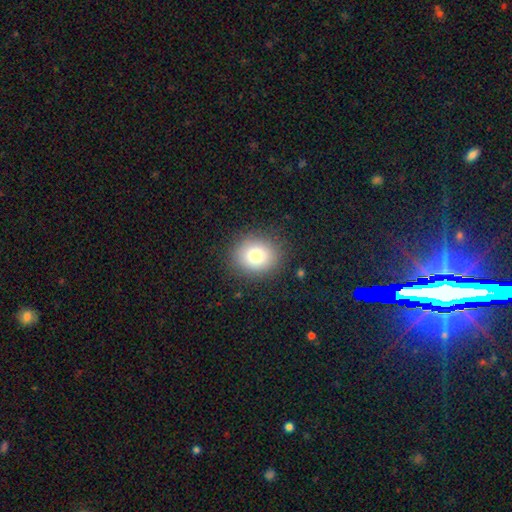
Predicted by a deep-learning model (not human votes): smooth-or-featured: smooth: 81% | star or artifact: 10% | featured or disk: 9%
  how-rounded: round: 73% | in between: 26% | cigar-shaped: 1%
  merging: none: 87% | minor disturbance: 9% | major disturbance: 3% | merger: 1%